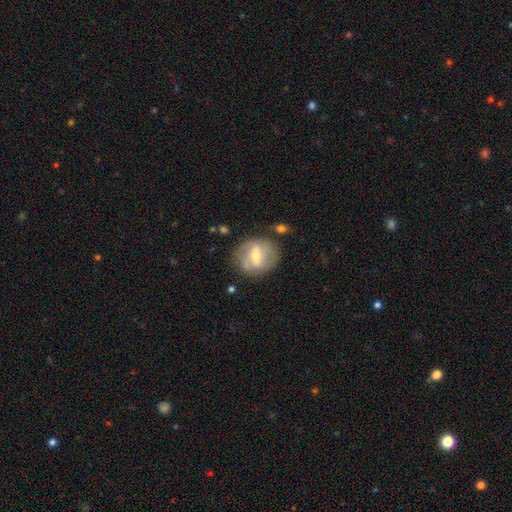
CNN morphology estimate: Smooth or featured? featured or disk (66%)
Edge-on disk? no (95%)
Bar? weak (45%)
Spiral arms? yes (74%)
Bulge size? moderate (53%)
Merging? none (69%)